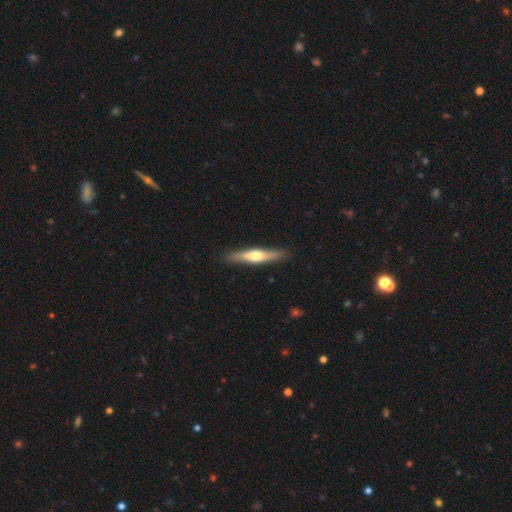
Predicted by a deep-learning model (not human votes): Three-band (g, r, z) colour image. It shows a featured or disk galaxy (55%) viewed edge-on (94%) with a rounded central bulge (90%). Merging: none (88%).